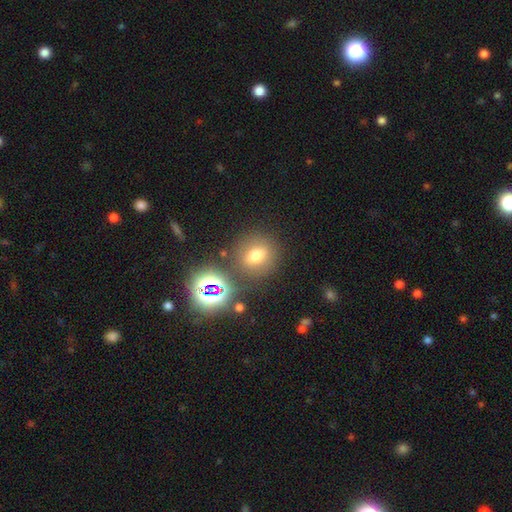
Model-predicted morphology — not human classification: This is likely a smooth galaxy (64%). How rounded: likely round (72%). Merging: likely none (78%).